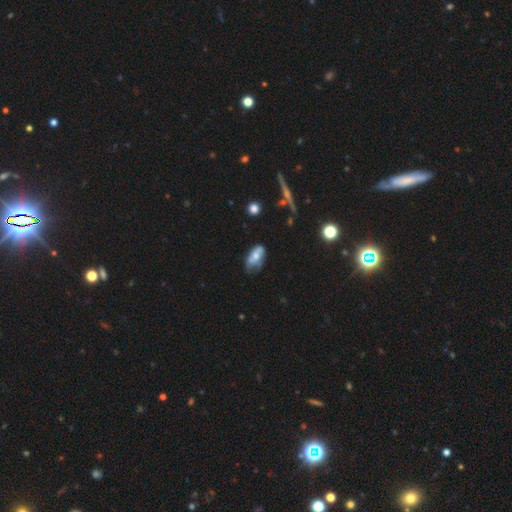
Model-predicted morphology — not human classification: Smooth or featured?
  - smooth: 54% *
  - featured or disk: 37%
  - star or artifact: 9%
How rounded?
  - in between: 90% *
  - round: 5%
  - cigar-shaped: 5%
Merging?
  - none: 38% *
  - minor disturbance: 36%
  - major disturbance: 19%
  - merger: 6%